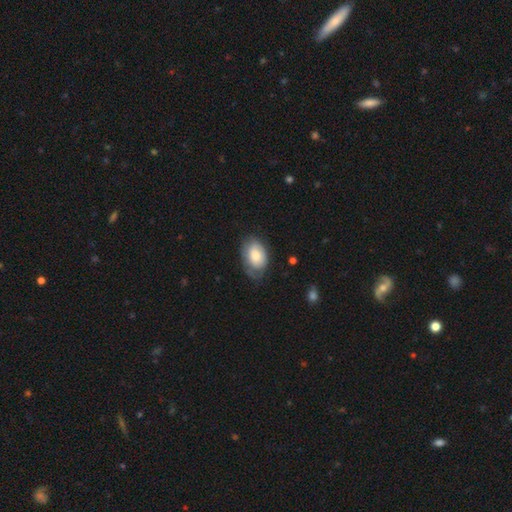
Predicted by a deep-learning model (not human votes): Q: Smooth or featured?
A: smooth (70%); runner-up: featured or disk (24%)
Q: How rounded?
A: in between (88%); runner-up: round (11%)
Q: Merging?
A: none (56%); runner-up: minor disturbance (32%)